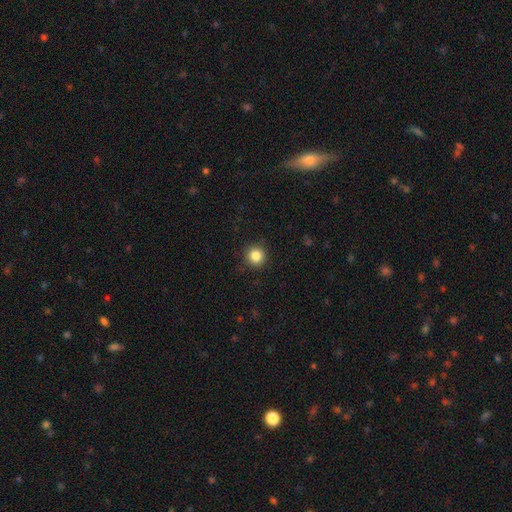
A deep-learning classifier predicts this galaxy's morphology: A smooth galaxy with no disk features (85%) that is round (94%).

Vote fractions:
- Smooth or featured? smooth: 85% / star or artifact: 10% / featured or disk: 4%
- How rounded? round: 94% / in between: 5% / cigar-shaped: 1%
- Merging? none: 91% / minor disturbance: 6% / major disturbance: 2% / merger: 1%